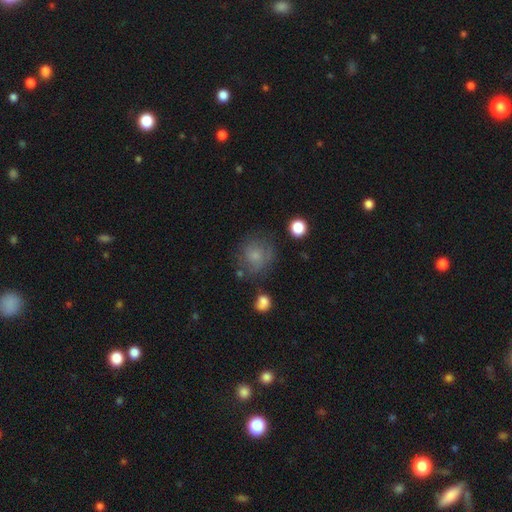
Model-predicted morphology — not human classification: smooth_or_featured: smooth (p=0.68) [alt: featured or disk p=0.20]
how_rounded: round (p=0.84) [alt: in between p=0.15]
merging: none (p=0.63) [alt: minor disturbance p=0.21]